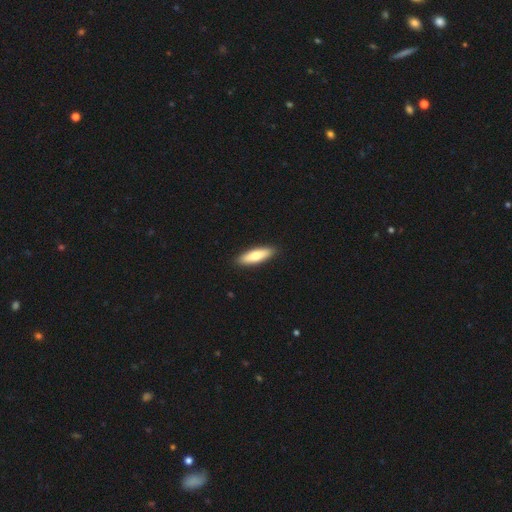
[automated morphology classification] smooth-or-featured: smooth: 71% | featured or disk: 24% | star or artifact: 5%
  how-rounded: cigar-shaped: 58% | in between: 40% | round: 2%
  merging: none: 91% | minor disturbance: 6% | major disturbance: 1% | merger: 1%